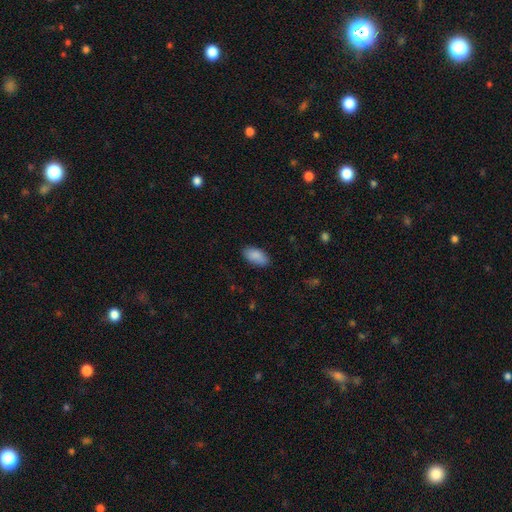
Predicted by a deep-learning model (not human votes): Smooth or featured: smooth — 89% (star or artifact — 6%)
How rounded: in between — 94% (cigar-shaped — 4%)
Merging: none — 86% (minor disturbance — 11%)